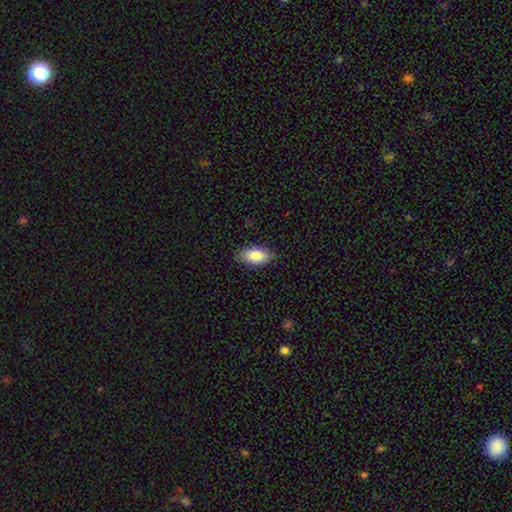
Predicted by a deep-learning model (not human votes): Smooth or featured? Predicted: smooth (p=0.85). How rounded? Predicted: in between (p=0.92). Merging? Predicted: none (p=0.84).